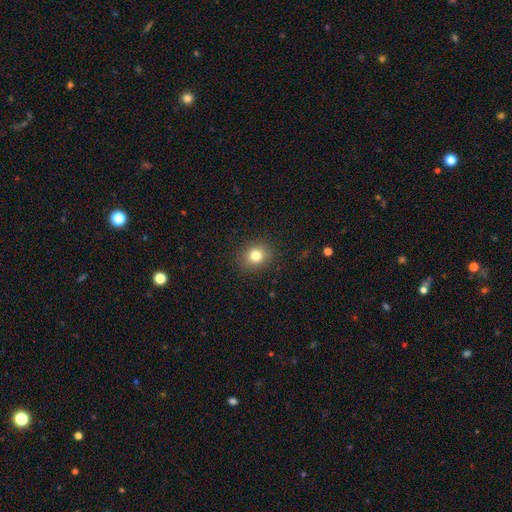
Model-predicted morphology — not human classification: smooth_or_featured: smooth (p=0.80) [alt: star or artifact p=0.12]
how_rounded: round (p=0.71) [alt: in between p=0.28]
merging: none (p=0.89) [alt: minor disturbance p=0.07]